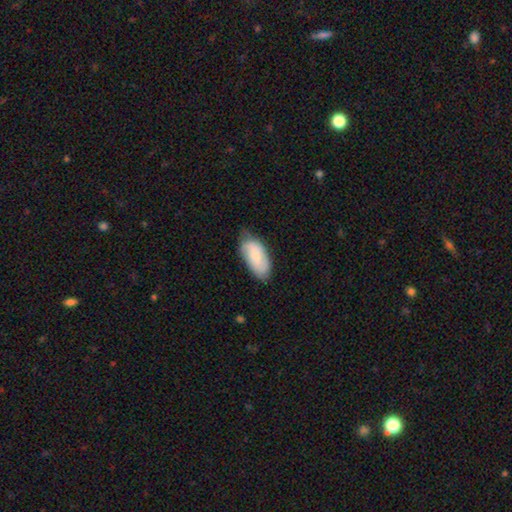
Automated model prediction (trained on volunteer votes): smooth-or-featured: smooth: 69% | featured or disk: 25% | star or artifact: 6%
  how-rounded: in between: 92% | cigar-shaped: 5% | round: 2%
  merging: none: 63% | minor disturbance: 30% | major disturbance: 6% | merger: 1%